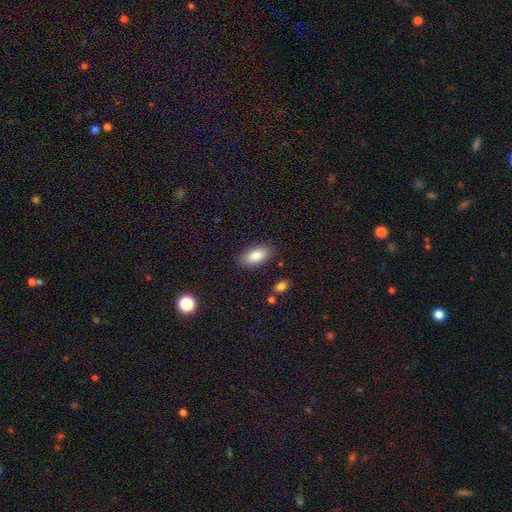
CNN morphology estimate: type=smooth (85%); roundness=in between (91%); merging=none (86%).